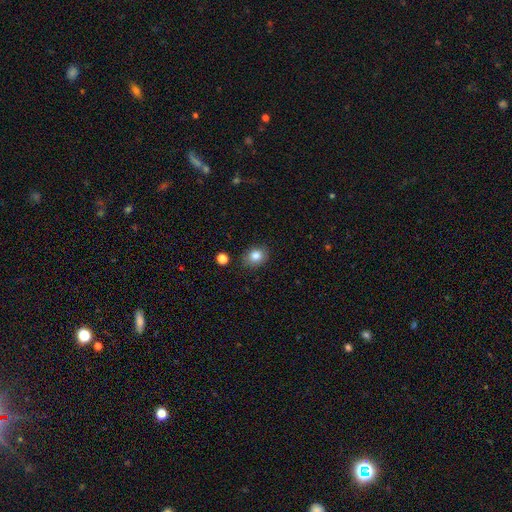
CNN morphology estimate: Smooth or featured? Predicted: smooth (p=0.83). How rounded? Predicted: round (p=0.53). Merging? Predicted: none (p=0.84).